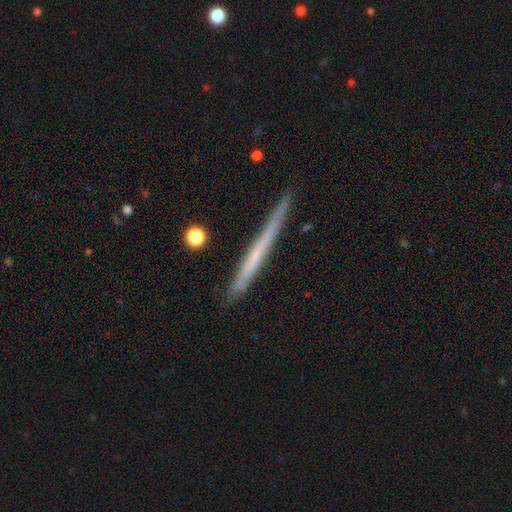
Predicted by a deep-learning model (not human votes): Q: Smooth or featured?
A: featured or disk (51%); runner-up: smooth (42%)
Q: Edge-on disk?
A: yes (96%); runner-up: no (4%)
Q: Merging?
A: none (85%); runner-up: minor disturbance (11%)